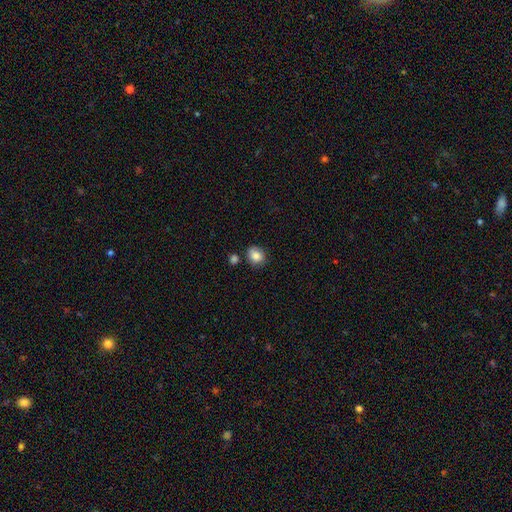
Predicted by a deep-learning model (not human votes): Smooth or featured? Predicted: smooth (p=0.84). How rounded? Predicted: round (p=0.65). Merging? Predicted: none (p=0.75).